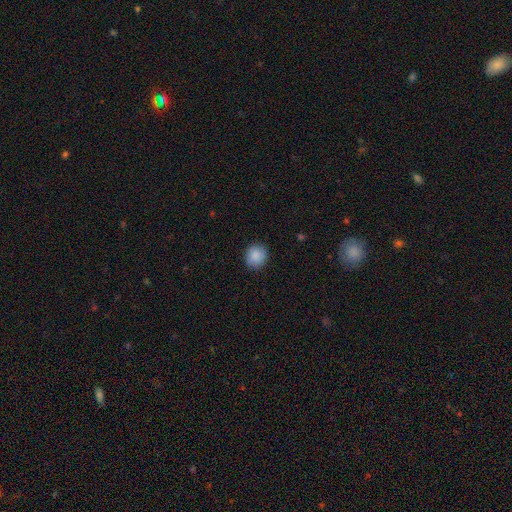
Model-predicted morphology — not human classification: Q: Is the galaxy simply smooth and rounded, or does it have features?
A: smooth — 88%.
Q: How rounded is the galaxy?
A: round — 83%.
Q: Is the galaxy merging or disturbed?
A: none — 88%.